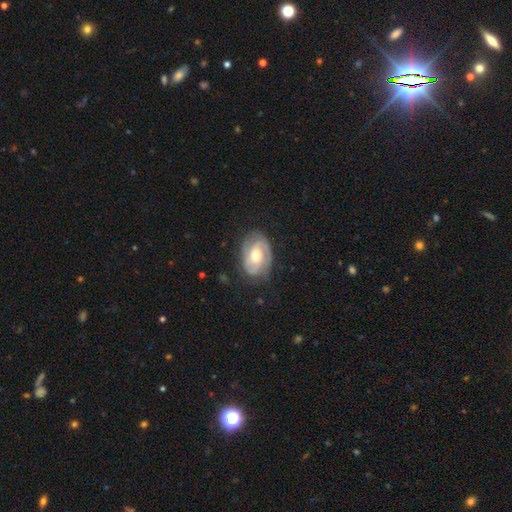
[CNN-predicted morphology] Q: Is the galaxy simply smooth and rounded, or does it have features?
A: featured or disk — 79%.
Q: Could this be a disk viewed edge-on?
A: no — 97%.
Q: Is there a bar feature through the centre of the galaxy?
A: no — 54%.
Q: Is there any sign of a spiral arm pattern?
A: yes — 93%.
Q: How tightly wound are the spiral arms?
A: tight — 54%.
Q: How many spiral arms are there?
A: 2 — 66%.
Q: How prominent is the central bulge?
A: moderate — 68%.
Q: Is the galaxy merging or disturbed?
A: none — 75%.